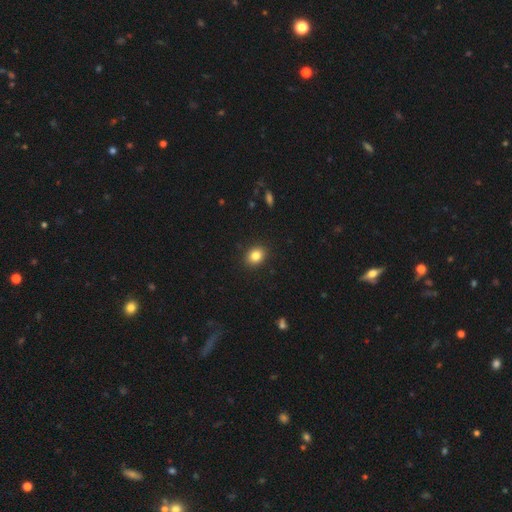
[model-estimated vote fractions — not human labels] This is clearly a smooth galaxy (84%). How rounded: possibly round (51%). Merging: clearly none (91%).